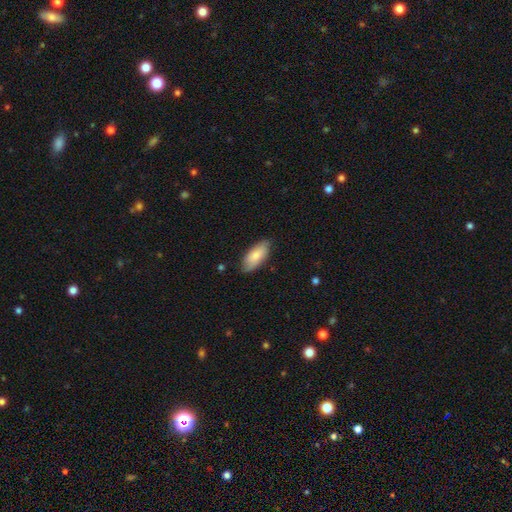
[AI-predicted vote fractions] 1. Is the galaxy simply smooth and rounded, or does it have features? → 76% smooth, 18% featured or disk, 6% star or artifact.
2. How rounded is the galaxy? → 88% in between, 10% cigar-shaped, 2% round.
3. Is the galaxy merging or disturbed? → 80% none, 17% minor disturbance, 3% major disturbance, 1% merger.